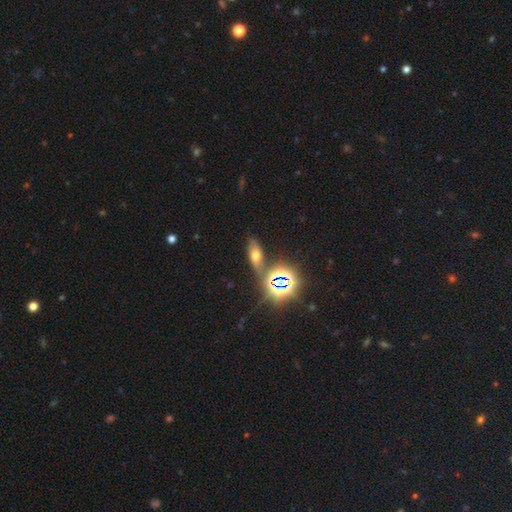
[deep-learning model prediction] smooth 43%, star or artifact 34%, featured or disk 23%. Down the decision tree: merging — none (68%).